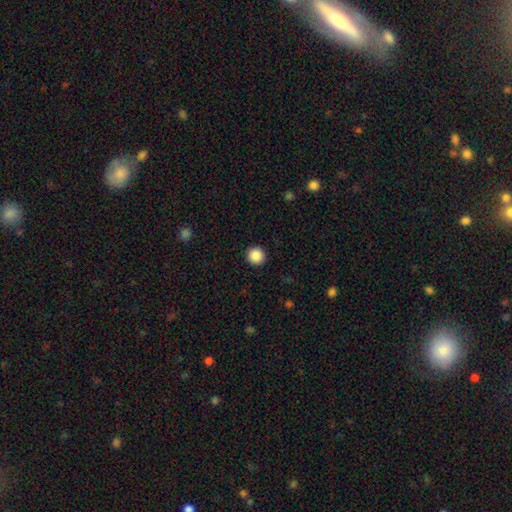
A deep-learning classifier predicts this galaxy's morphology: Smooth or featured?
  - smooth: 88% *
  - star or artifact: 9%
  - featured or disk: 3%
How rounded?
  - round: 95% *
  - in between: 4%
  - cigar-shaped: 1%
Merging?
  - none: 93% *
  - minor disturbance: 5%
  - major disturbance: 2%
  - merger: 1%